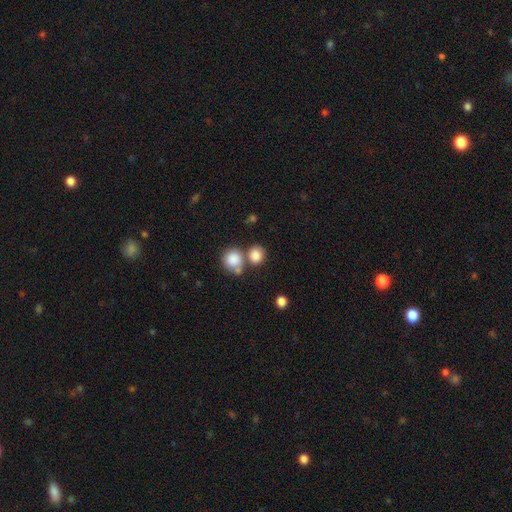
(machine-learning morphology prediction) This is clearly a smooth galaxy (84%). How rounded: likely round (72%). Merging: possibly none (53%).